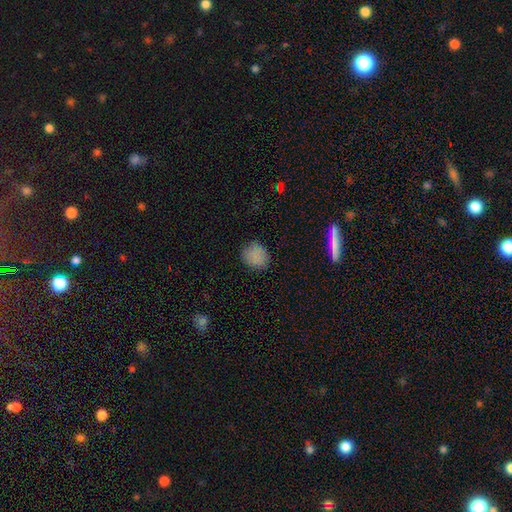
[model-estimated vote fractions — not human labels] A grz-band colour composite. It shows a smooth galaxy with no disk features (84%) that is round (70%). Merging: none (82%).